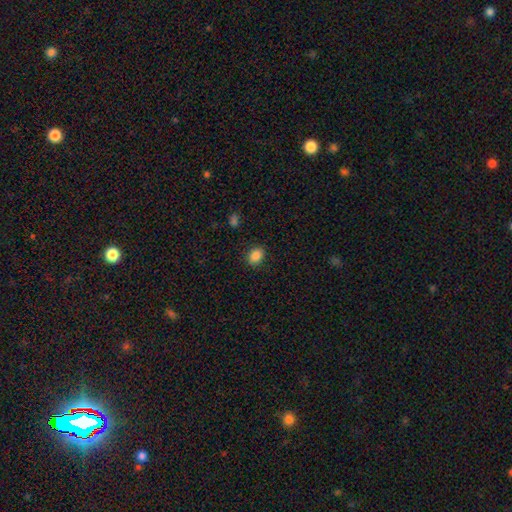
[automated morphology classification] Smooth or featured?
  - smooth: 86% *
  - star or artifact: 10%
  - featured or disk: 5%
How rounded?
  - in between: 58% *
  - round: 41%
  - cigar-shaped: 1%
Merging?
  - none: 88% *
  - minor disturbance: 9%
  - major disturbance: 2%
  - merger: 1%